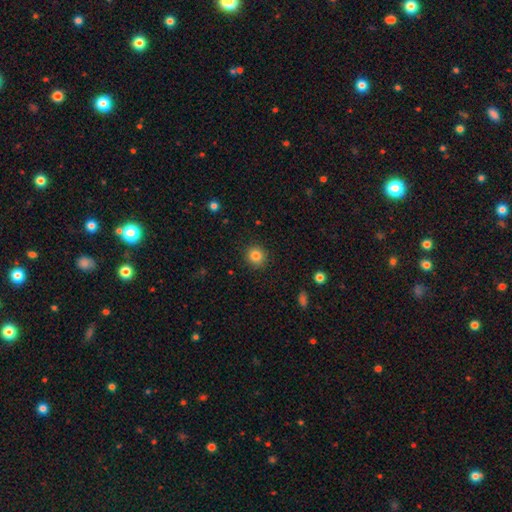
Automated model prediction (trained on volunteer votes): The model was most divided on "smooth or featured": smooth: 83%, star or artifact: 11%, featured or disk: 6%. More confident: merging — none (91%); how rounded — round (91%).